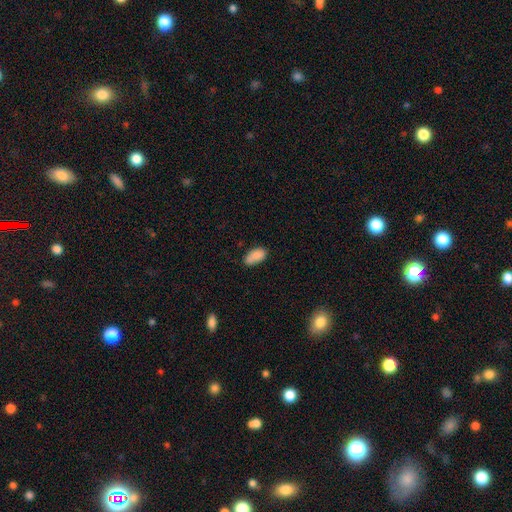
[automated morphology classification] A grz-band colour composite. It shows a smooth galaxy with no disk features (86%) that is in between round and cigar-shaped (92%). Merging: none (67%).